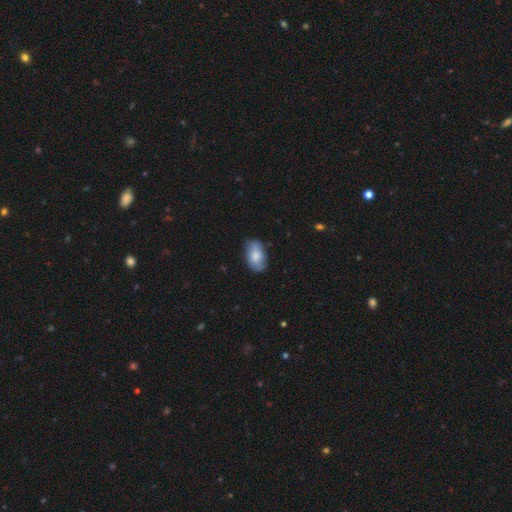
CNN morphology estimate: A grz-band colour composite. It shows a smooth galaxy with no disk features (76%) that is in between round and cigar-shaped (91%). Merging: none (71%).